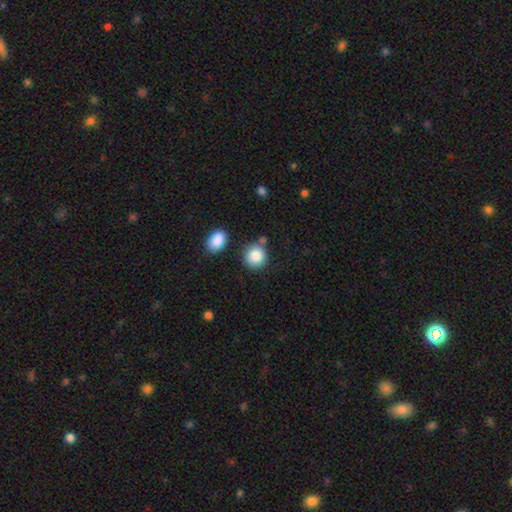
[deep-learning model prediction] Smooth or featured?
  - smooth: 86% *
  - star or artifact: 8%
  - featured or disk: 6%
How rounded?
  - round: 88% *
  - in between: 11%
  - cigar-shaped: 1%
Merging?
  - none: 75% *
  - minor disturbance: 12%
  - merger: 10%
  - major disturbance: 3%